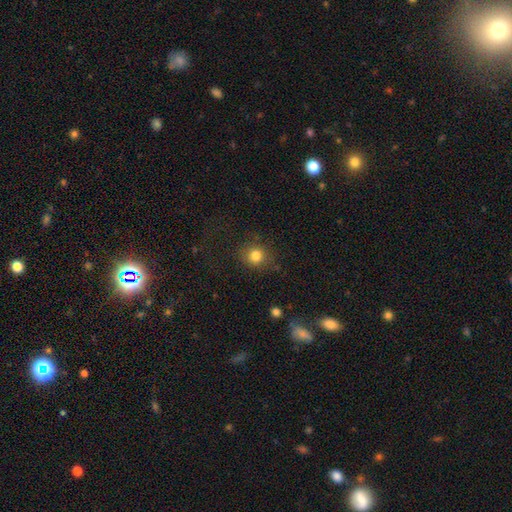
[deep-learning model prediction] Overall: smooth (82%). How rounded: round (87%). Merging: none (85%).